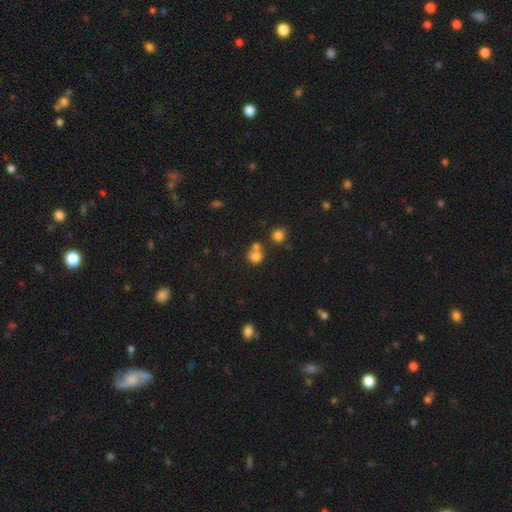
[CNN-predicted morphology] smooth-or-featured: smooth: 76% | star or artifact: 14% | featured or disk: 9%
  how-rounded: round: 82% | in between: 17% | cigar-shaped: 1%
  merging: none: 47% | merger: 41% | minor disturbance: 8% | major disturbance: 4%